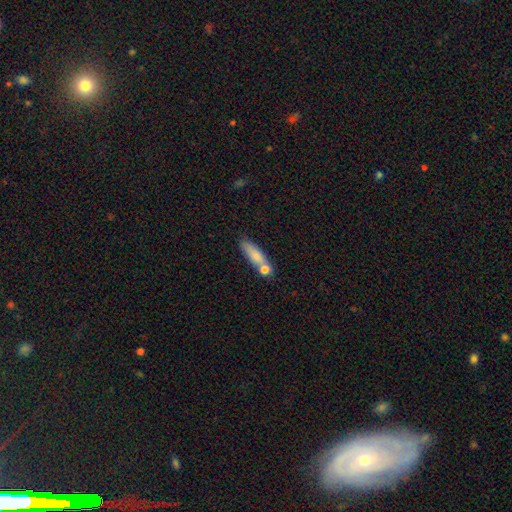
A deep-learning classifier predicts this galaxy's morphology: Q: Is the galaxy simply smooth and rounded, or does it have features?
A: smooth — 75%.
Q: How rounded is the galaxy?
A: cigar-shaped — 59%.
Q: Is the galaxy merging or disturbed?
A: none — 53%.